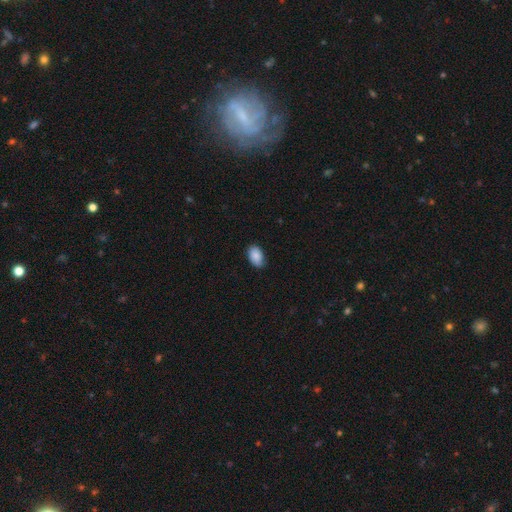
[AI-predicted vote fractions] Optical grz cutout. It shows a smooth galaxy with no disk features (88%) that is in between round and cigar-shaped (91%). Merging: none (77%).